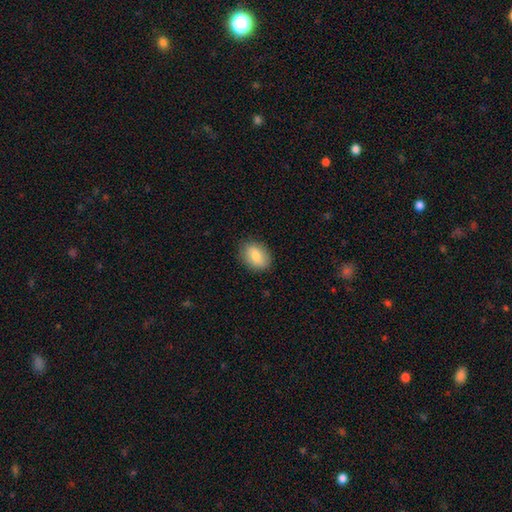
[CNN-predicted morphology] Smooth or featured?
  - smooth: 80% *
  - featured or disk: 13%
  - star or artifact: 7%
How rounded?
  - in between: 76% *
  - round: 22%
  - cigar-shaped: 1%
Merging?
  - none: 85% *
  - minor disturbance: 11%
  - major disturbance: 3%
  - merger: 1%